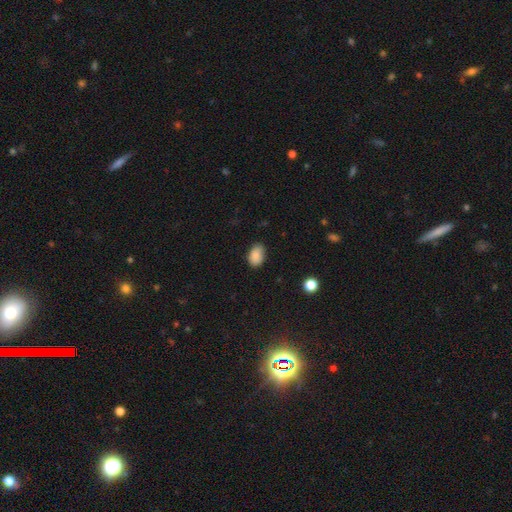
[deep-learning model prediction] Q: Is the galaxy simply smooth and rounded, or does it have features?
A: smooth — 87%.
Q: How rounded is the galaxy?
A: in between — 84%.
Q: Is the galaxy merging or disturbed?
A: none — 80%.